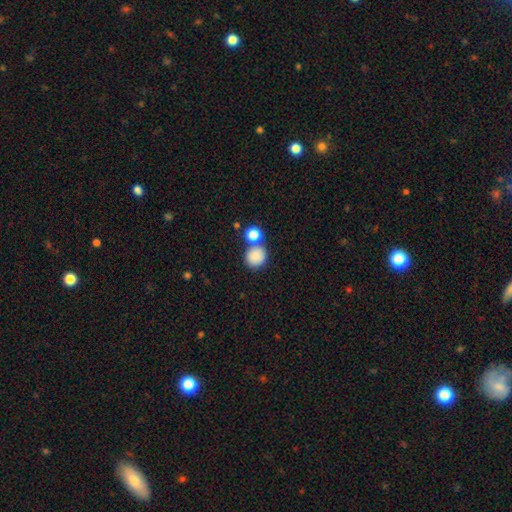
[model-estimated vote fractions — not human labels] Morphology: type=smooth (84%); roundness=round (84%); merging=none (64%).